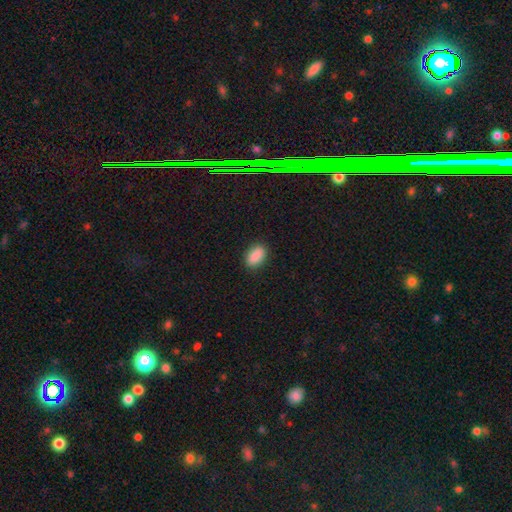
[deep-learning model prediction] This appears to be a smooth galaxy with no disk features (90%) that is in between round and cigar-shaped (90%). Merging: none (89%).